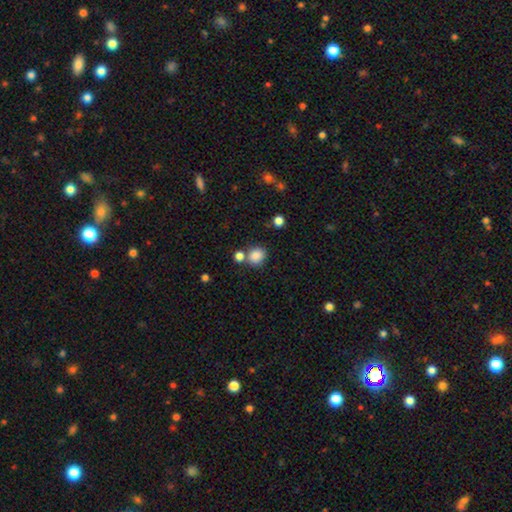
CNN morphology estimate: The model was most divided on "merging": none: 68%, merger: 18%, minor disturbance: 11%, major disturbance: 4%. More confident: smooth or featured — smooth (85%); how rounded — round (78%).